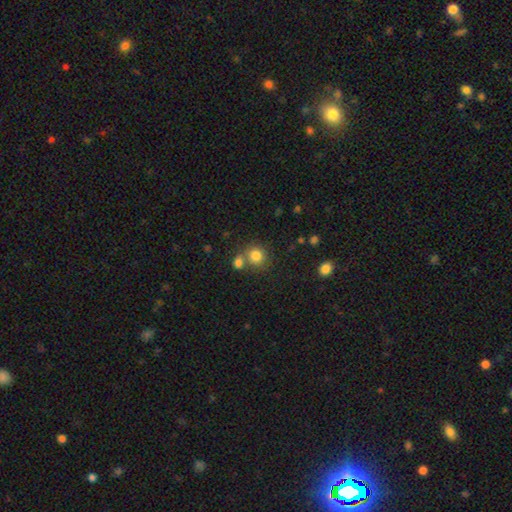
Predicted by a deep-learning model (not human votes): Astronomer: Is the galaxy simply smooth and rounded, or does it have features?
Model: smooth — 81%.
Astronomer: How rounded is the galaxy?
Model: round — 86%.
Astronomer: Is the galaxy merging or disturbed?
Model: none — 59%.